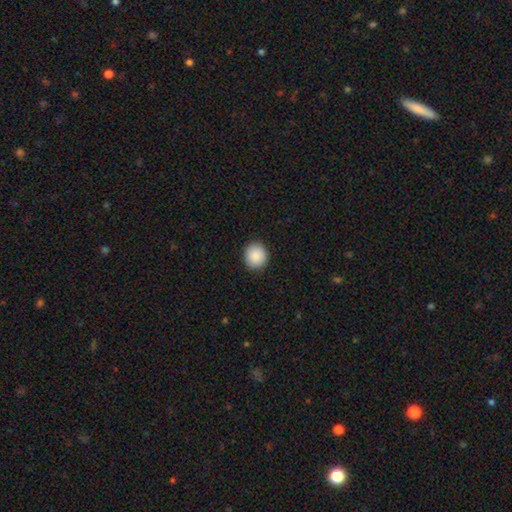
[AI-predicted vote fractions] Smooth or featured: smooth — 89% (star or artifact — 8%)
How rounded: round — 88% (in between — 11%)
Merging: none — 92% (minor disturbance — 6%)